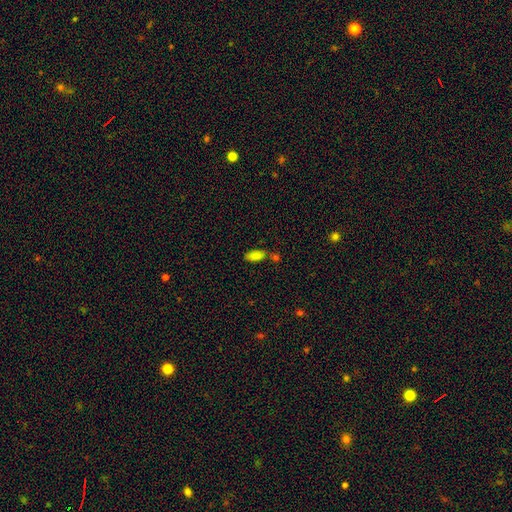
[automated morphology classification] A smooth galaxy with no disk features (84%) that is in between round and cigar-shaped (88%).

Vote fractions:
- Smooth or featured? smooth: 84% / star or artifact: 11% / featured or disk: 6%
- How rounded? in between: 88% / cigar-shaped: 9% / round: 3%
- Merging? none: 56% / merger: 24% / minor disturbance: 15% / major disturbance: 5%